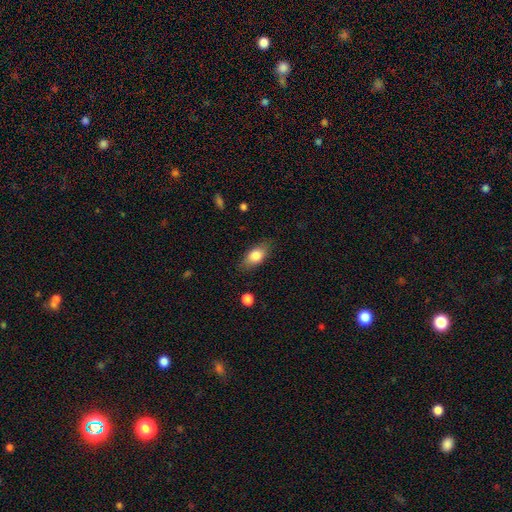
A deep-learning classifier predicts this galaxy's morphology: This appears to be a smooth galaxy with no disk features (79%) that is in between round and cigar-shaped (85%). Merging: none (80%).